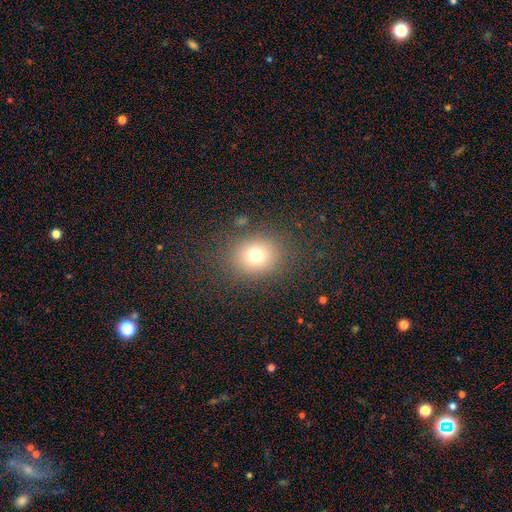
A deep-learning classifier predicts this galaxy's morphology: Q: Smooth or featured?
A: smooth (73%); runner-up: star or artifact (16%)
Q: How rounded?
A: round (69%); runner-up: in between (30%)
Q: Merging?
A: none (82%); runner-up: minor disturbance (10%)